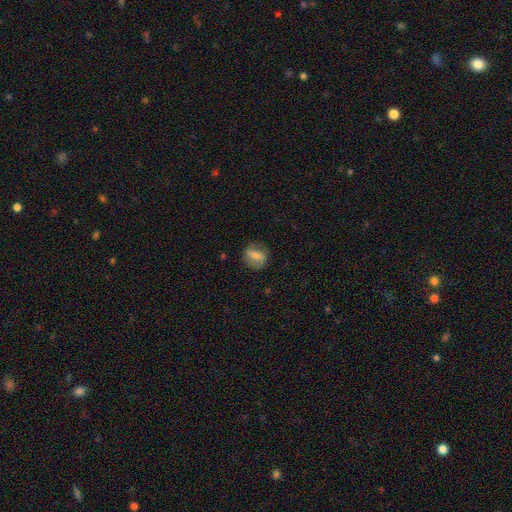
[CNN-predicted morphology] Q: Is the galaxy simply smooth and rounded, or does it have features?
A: smooth — 65%.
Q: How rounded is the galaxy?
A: in between — 53%.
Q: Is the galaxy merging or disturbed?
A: none — 75%.